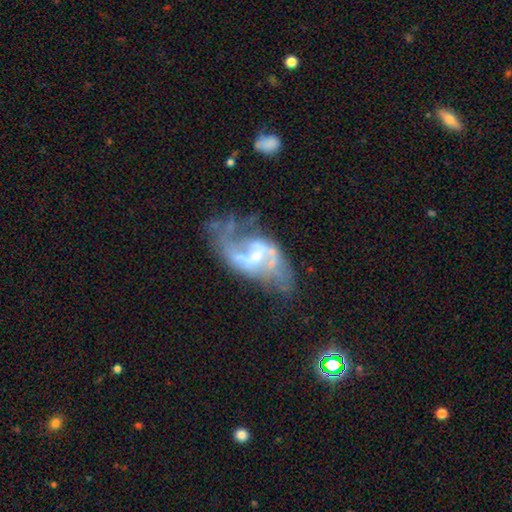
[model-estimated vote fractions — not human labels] Smooth or featured? featured or disk (84%)
Edge-on disk? no (97%)
Bar? weak (50%)
Spiral arms? yes (86%)
Spiral winding? loose (62%)
Spiral arm count? 2 (79%)
Bulge size? small (53%)
Merging? none (43%)